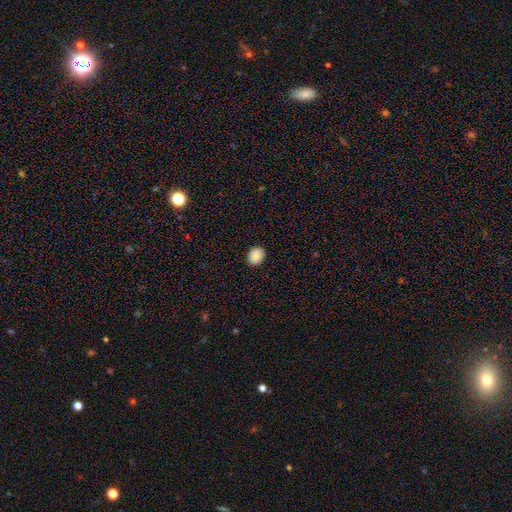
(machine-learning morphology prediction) A smooth galaxy with no disk features (89%) that is round (54%).

Vote fractions:
- Smooth or featured? smooth: 89% / star or artifact: 8% / featured or disk: 3%
- How rounded? round: 54% / in between: 45% / cigar-shaped: 1%
- Merging? none: 90% / minor disturbance: 7% / major disturbance: 2% / merger: 1%